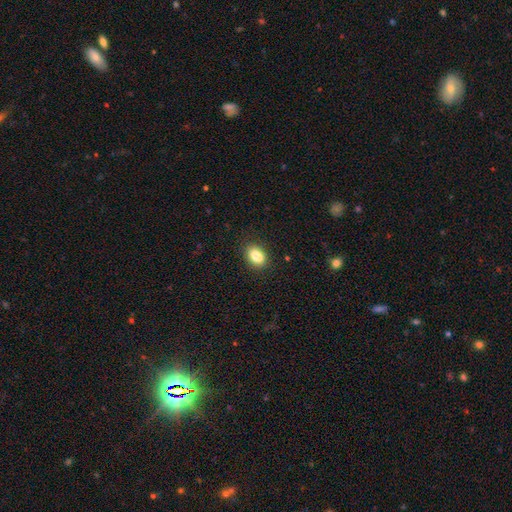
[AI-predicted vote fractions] Smooth or featured?
  - smooth: 85% *
  - star or artifact: 9%
  - featured or disk: 6%
How rounded?
  - in between: 79% *
  - round: 19%
  - cigar-shaped: 1%
Merging?
  - none: 86% *
  - minor disturbance: 10%
  - major disturbance: 2%
  - merger: 1%